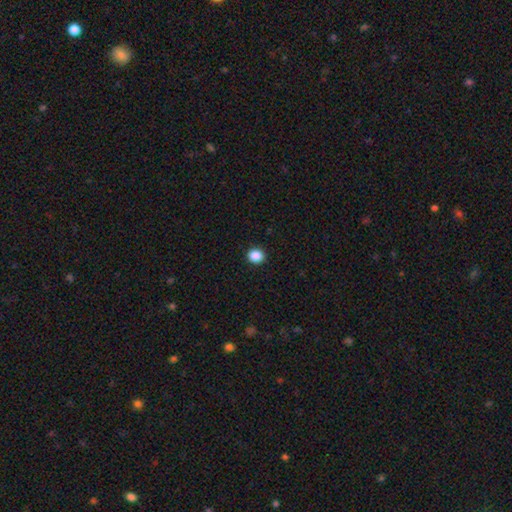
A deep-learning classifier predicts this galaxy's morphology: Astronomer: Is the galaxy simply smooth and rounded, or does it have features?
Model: smooth — 87%.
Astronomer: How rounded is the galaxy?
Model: round — 79%.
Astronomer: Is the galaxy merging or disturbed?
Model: none — 92%.